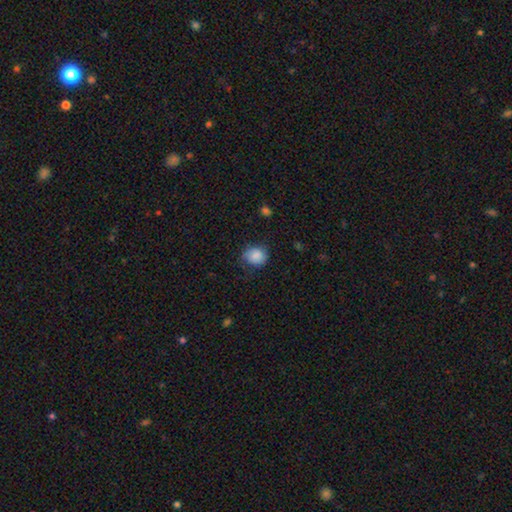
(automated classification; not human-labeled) Overall: smooth (86%). How rounded: round (71%). Merging: none (70%).